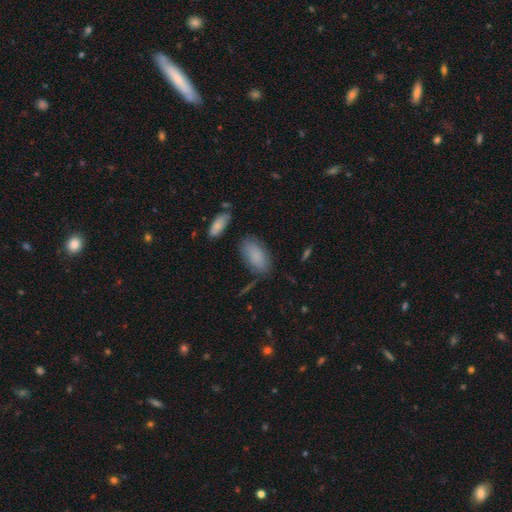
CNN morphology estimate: A smooth galaxy with no disk features (83%) that is in between round and cigar-shaped (92%).

Vote fractions:
- Smooth or featured? smooth: 83% / featured or disk: 9% / star or artifact: 8%
- How rounded? in between: 92% / cigar-shaped: 4% / round: 4%
- Merging? none: 71% / minor disturbance: 19% / major disturbance: 6% / merger: 4%